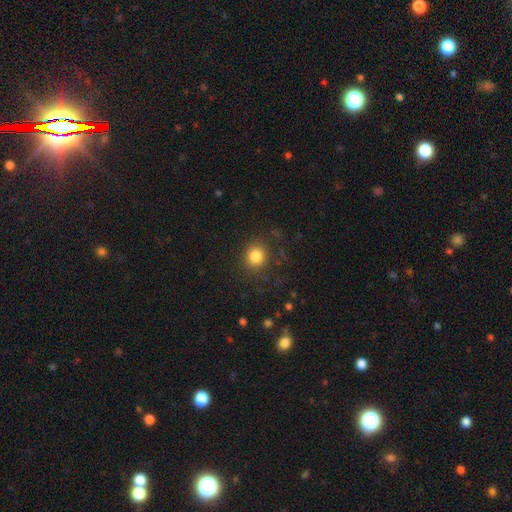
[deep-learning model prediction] A smooth galaxy with no disk features (83%) that is round (86%).

Vote fractions:
- Smooth or featured? smooth: 83% / star or artifact: 11% / featured or disk: 6%
- How rounded? round: 86% / in between: 13% / cigar-shaped: 1%
- Merging? none: 84% / minor disturbance: 10% / major disturbance: 5% / merger: 1%